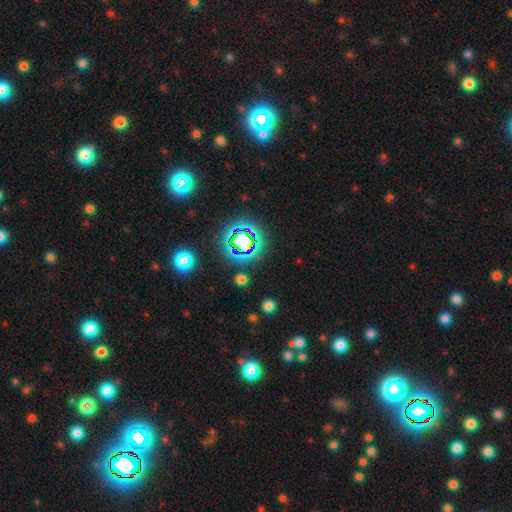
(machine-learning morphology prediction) A star or artifact, not a galaxy (74%).